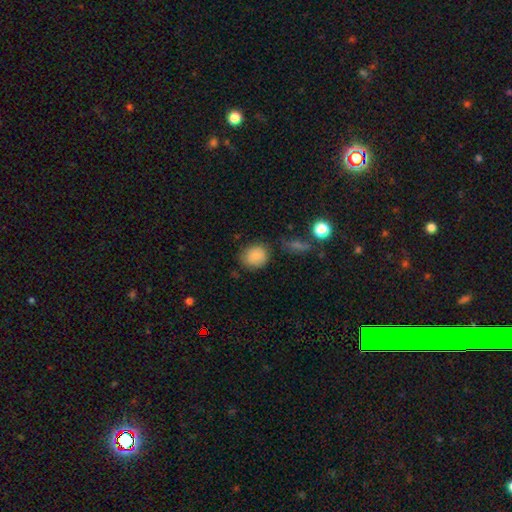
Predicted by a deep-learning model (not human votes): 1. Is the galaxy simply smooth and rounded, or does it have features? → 86% smooth, 9% star or artifact, 5% featured or disk.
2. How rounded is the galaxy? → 69% round, 29% in between, 1% cigar-shaped.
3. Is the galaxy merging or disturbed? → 73% none, 18% minor disturbance, 5% major disturbance, 4% merger.